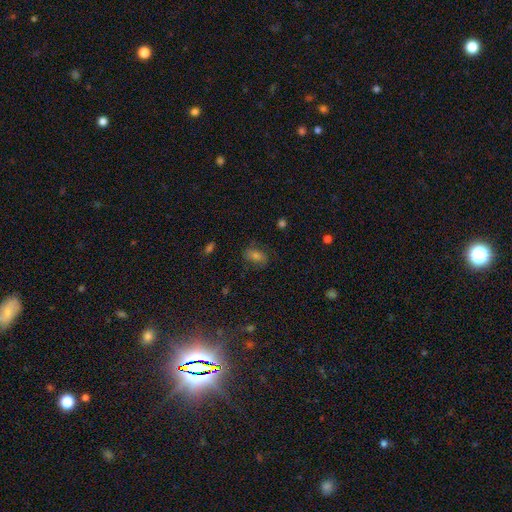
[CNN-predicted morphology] Smooth or featured?
  - smooth: 51% *
  - star or artifact: 26%
  - featured or disk: 23%
How rounded?
  - in between: 75% *
  - round: 22%
  - cigar-shaped: 3%
Merging?
  - none: 70% *
  - minor disturbance: 19%
  - major disturbance: 9%
  - merger: 2%